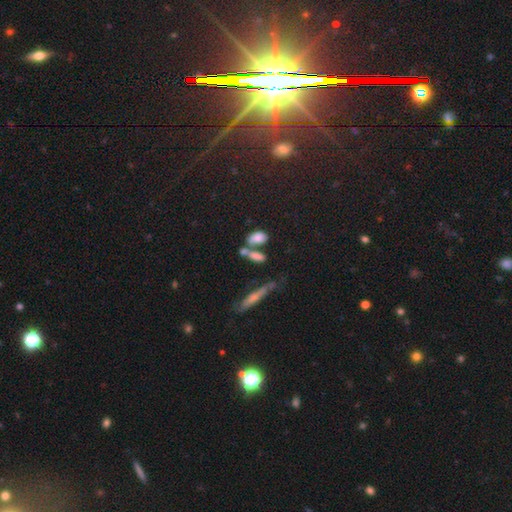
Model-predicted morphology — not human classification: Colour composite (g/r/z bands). It shows a smooth galaxy with no disk features (71%) that is in between round and cigar-shaped (75%). Merging: merger (41%).